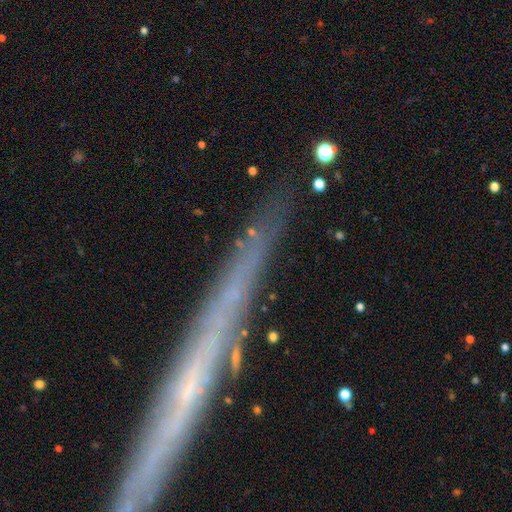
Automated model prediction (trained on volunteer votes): featured or disk 51%, smooth 34%, star or artifact 16%. Down the decision tree: edge-on disk — yes (85%); merging — none (83%).